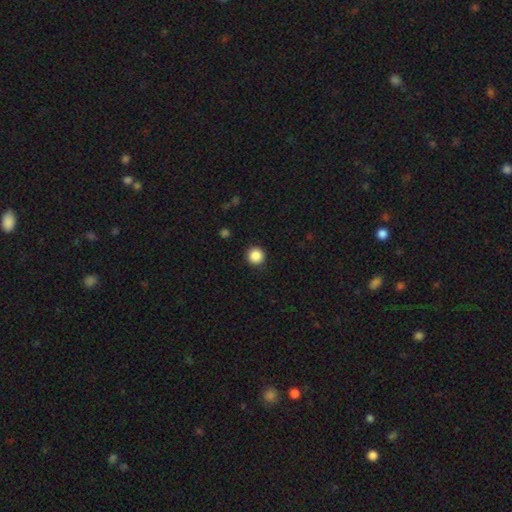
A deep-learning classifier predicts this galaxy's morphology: smooth_or_featured: smooth (p=0.87) [alt: star or artifact p=0.10]
how_rounded: round (p=0.96) [alt: in between p=0.03]
merging: none (p=0.92) [alt: minor disturbance p=0.05]